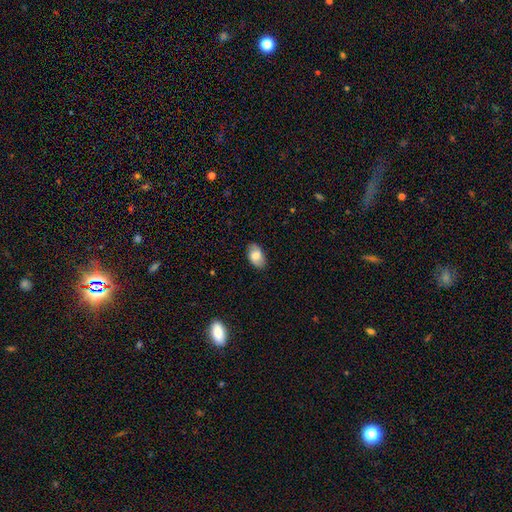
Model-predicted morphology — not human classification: This is likely a smooth galaxy (78%). How rounded: clearly in between (92%). Merging: clearly none (85%).